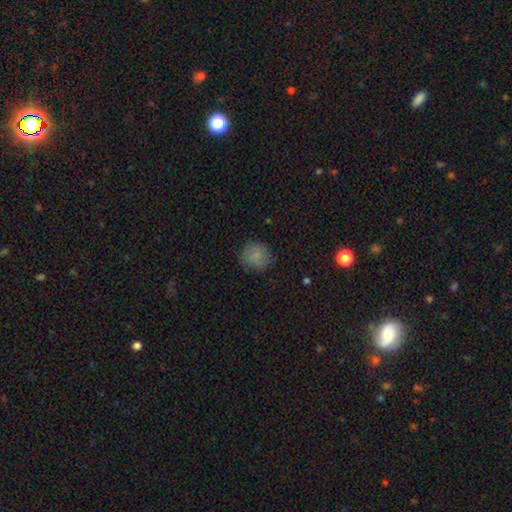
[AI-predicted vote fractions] Smooth or featured?
  - smooth: 80% *
  - star or artifact: 10%
  - featured or disk: 10%
How rounded?
  - round: 87% *
  - in between: 12%
  - cigar-shaped: 1%
Merging?
  - none: 79% *
  - minor disturbance: 15%
  - major disturbance: 4%
  - merger: 1%